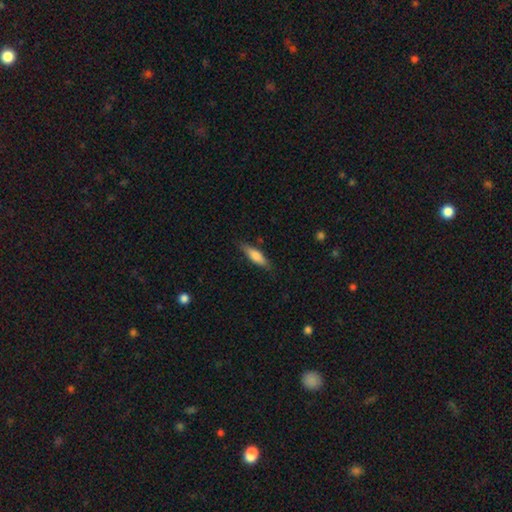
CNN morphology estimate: smooth_or_featured: smooth (p=0.73) [alt: featured or disk p=0.20]
how_rounded: cigar-shaped (p=0.59) [alt: in between p=0.39]
merging: none (p=0.80) [alt: minor disturbance p=0.15]